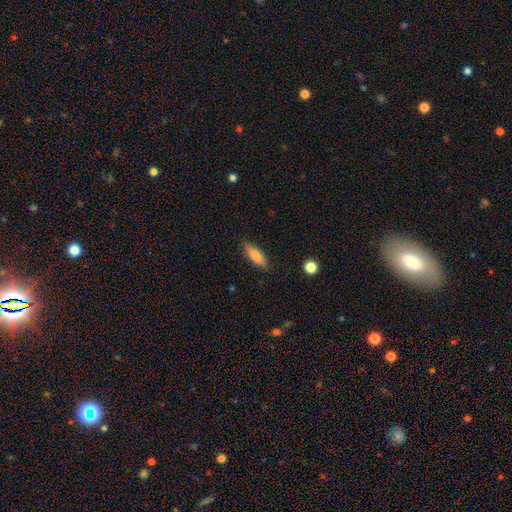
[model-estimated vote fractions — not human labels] Q: Smooth or featured?
A: smooth (80%); runner-up: featured or disk (14%)
Q: How rounded?
A: in between (55%); runner-up: cigar-shaped (43%)
Q: Merging?
A: none (85%); runner-up: minor disturbance (11%)